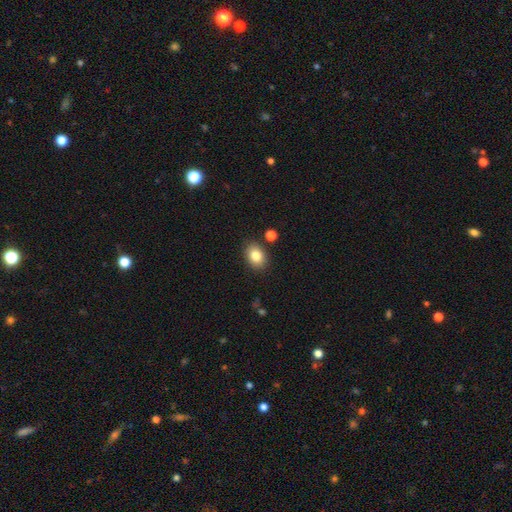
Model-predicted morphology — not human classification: smooth 84%, star or artifact 9%, featured or disk 7%. Down the decision tree: how rounded — in between (67%); merging — none (85%).